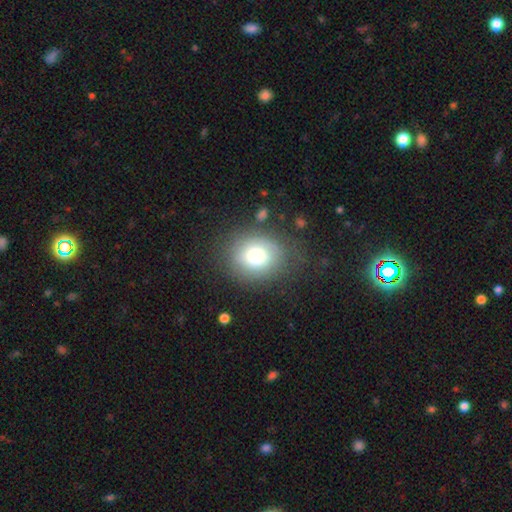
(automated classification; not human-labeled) The model was most divided on "how rounded": round: 62%, in between: 37%, cigar-shaped: 1%. More confident: smooth or featured — smooth (73%); merging — none (72%).